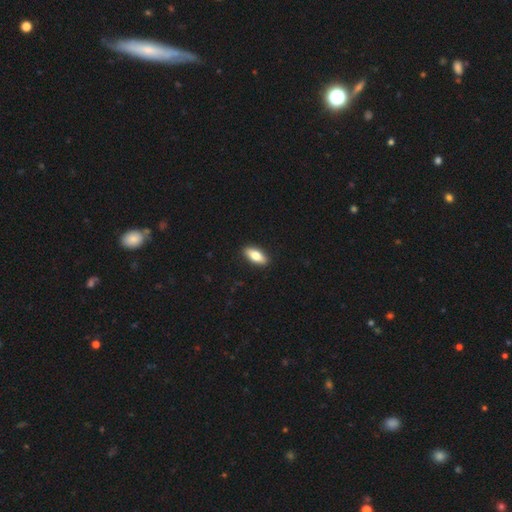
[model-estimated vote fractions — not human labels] This appears to be a smooth galaxy with no disk features (72%) that is in between round and cigar-shaped (75%). Merging: none (91%).